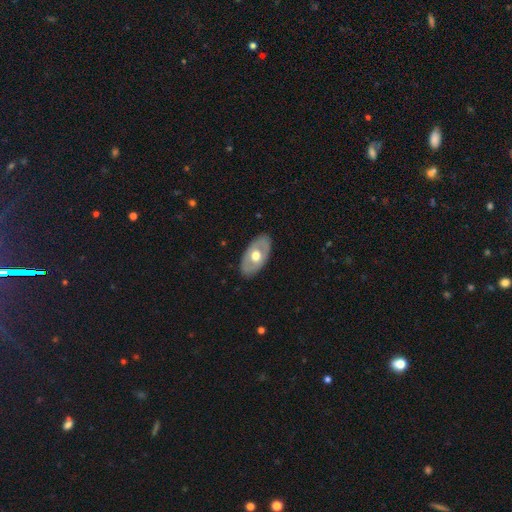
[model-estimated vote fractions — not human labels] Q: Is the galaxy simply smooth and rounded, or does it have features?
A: featured or disk — 49%.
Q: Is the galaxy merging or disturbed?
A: none — 85%.